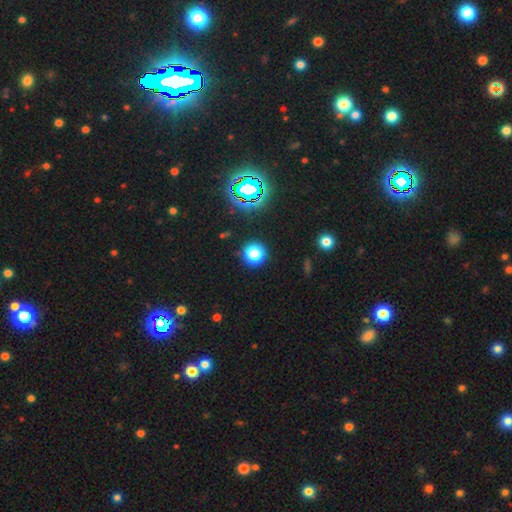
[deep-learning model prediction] Morphology: type=star or artifact (75%).